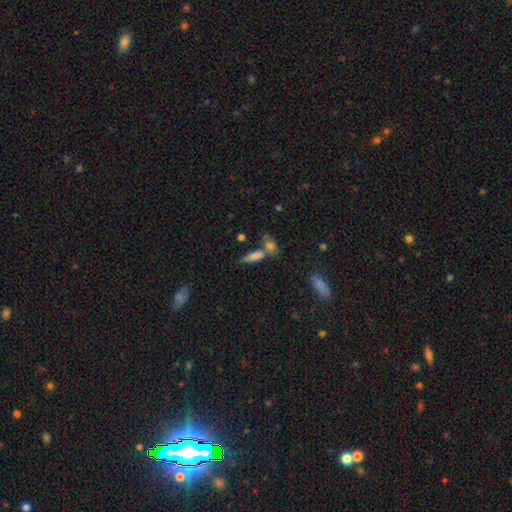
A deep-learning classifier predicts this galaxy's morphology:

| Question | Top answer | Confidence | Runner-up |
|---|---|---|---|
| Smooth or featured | smooth | 69% | featured or disk (18%) |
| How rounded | cigar-shaped | 58% | in between (37%) |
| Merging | none | 51% | merger (32%) |